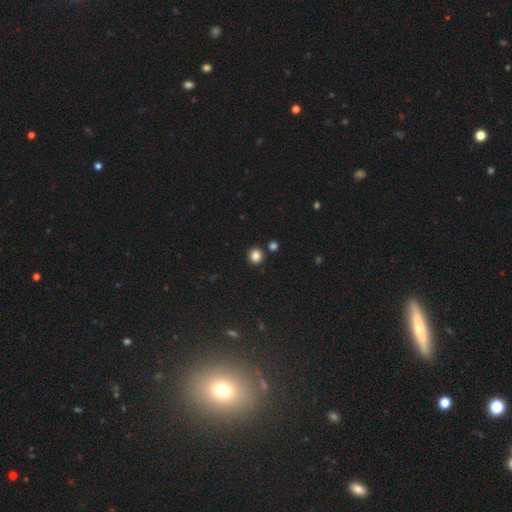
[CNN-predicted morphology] smooth-or-featured: smooth: 85% | star or artifact: 11% | featured or disk: 4%
  how-rounded: round: 89% | in between: 10% | cigar-shaped: 1%
  merging: none: 87% | minor disturbance: 6% | merger: 5% | major disturbance: 2%